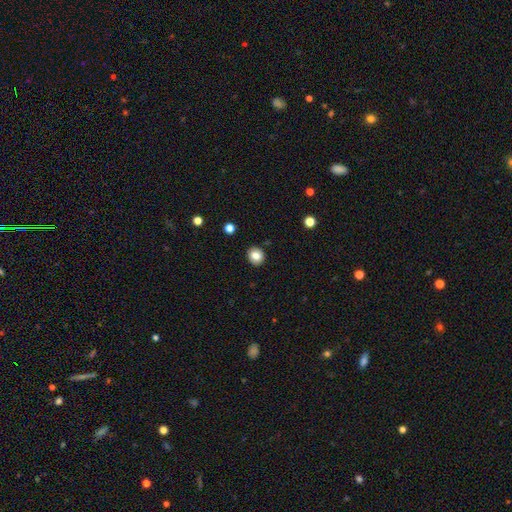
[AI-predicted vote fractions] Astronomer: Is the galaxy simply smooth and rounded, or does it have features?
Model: smooth — 82%.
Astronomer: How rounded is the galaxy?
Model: round — 75%.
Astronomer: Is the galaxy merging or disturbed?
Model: none — 91%.